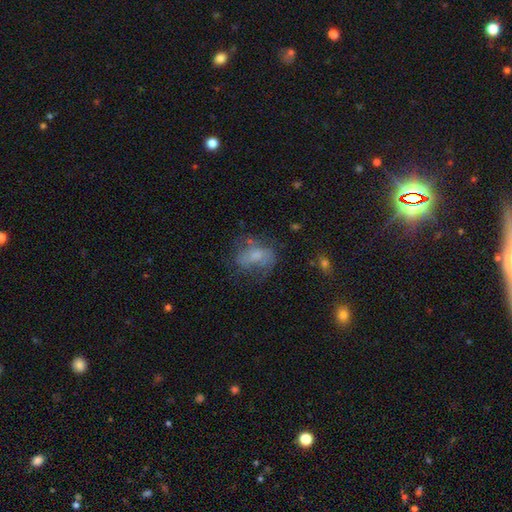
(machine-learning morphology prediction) type=featured or disk (45%); merging=none (44%).